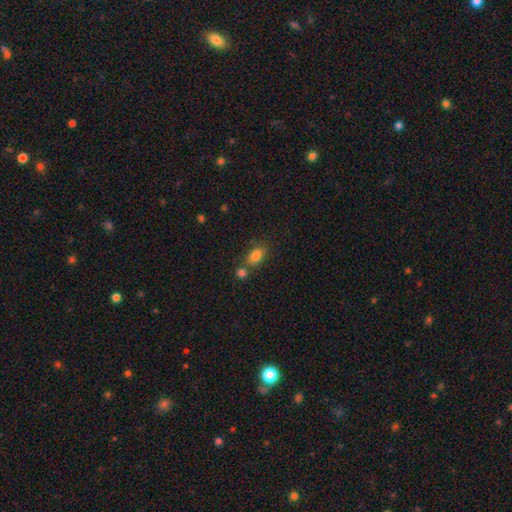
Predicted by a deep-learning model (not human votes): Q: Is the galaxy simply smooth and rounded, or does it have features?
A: smooth — 83%.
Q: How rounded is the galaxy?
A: in between — 81%.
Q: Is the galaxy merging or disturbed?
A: none — 55%.